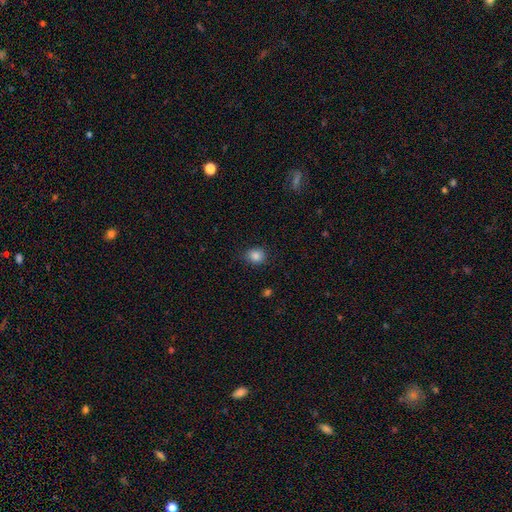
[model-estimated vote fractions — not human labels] Smooth or featured? smooth (86%)
How rounded? round (72%)
Merging? none (84%)